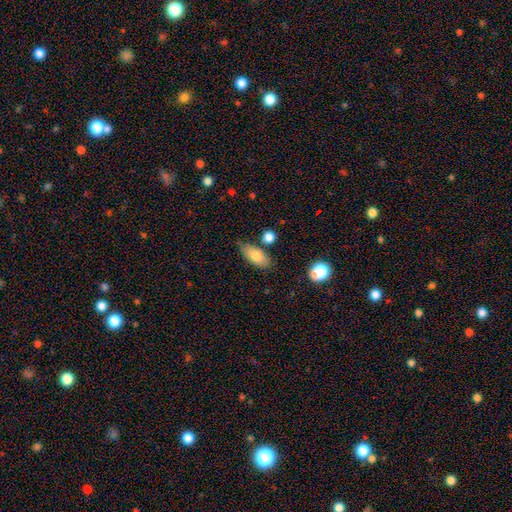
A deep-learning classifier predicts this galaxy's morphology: Smooth or featured? smooth (78%)
How rounded? in between (83%)
Merging? none (71%)